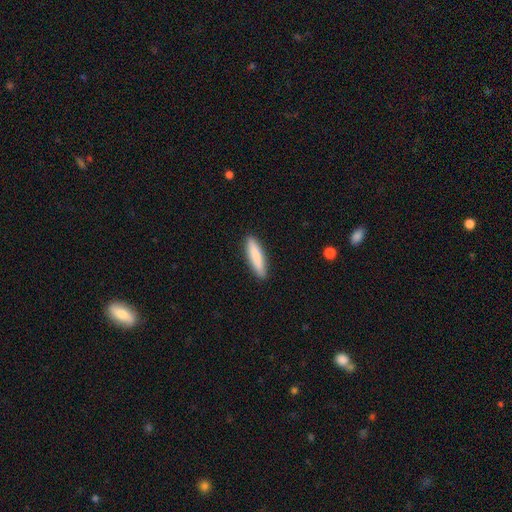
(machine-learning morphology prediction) A smooth galaxy with no disk features (83%) that is cigar-shaped (82%). Merging: none (90%).